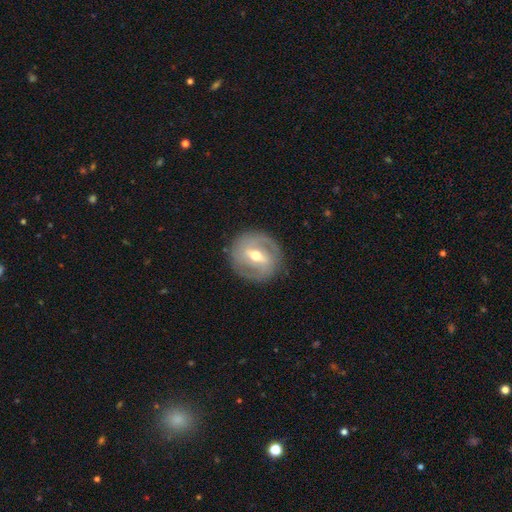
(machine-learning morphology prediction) type=featured or disk (75%); edge-on=no (95%); bar=weak (43%); spiral arms=yes (74%); winding=tight (51%); arm count=2 (72%); bulge=moderate (70%); merging=none (84%).